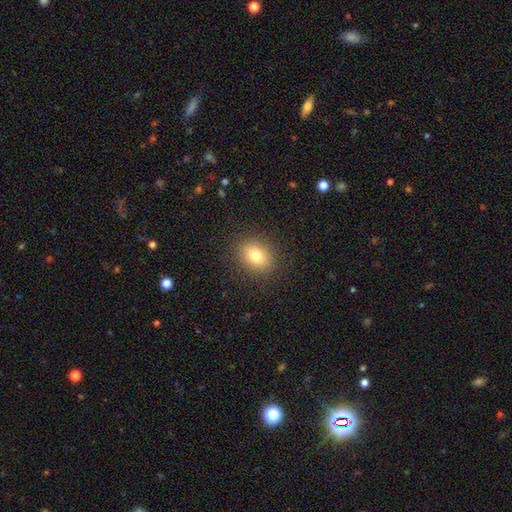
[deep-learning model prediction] A smooth galaxy with no disk features (79%) that is in between round and cigar-shaped (52%).

Vote fractions:
- Smooth or featured? smooth: 79% / star or artifact: 11% / featured or disk: 10%
- How rounded? in between: 52% / round: 47% / cigar-shaped: 1%
- Merging? none: 88% / minor disturbance: 8% / major disturbance: 3% / merger: 1%